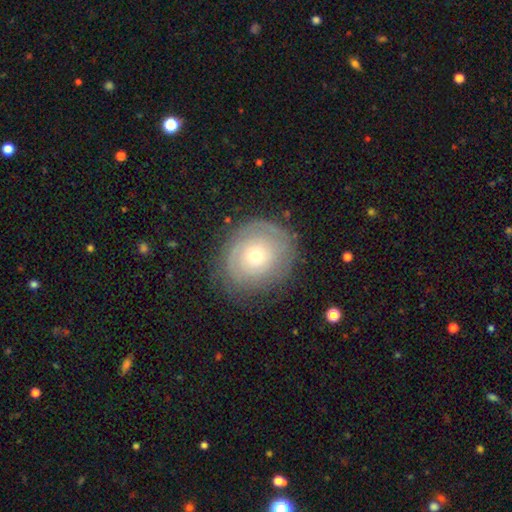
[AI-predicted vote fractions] Smooth or featured: featured or disk — 54% (smooth — 37%)
Edge-on disk: no — 95% (yes — 5%)
Bar: no — 86% (weak — 11%)
Spiral arms: yes — 64% (no — 36%)
Bulge size: small — 51% (moderate — 44%)
Merging: none — 75% (minor disturbance — 17%)